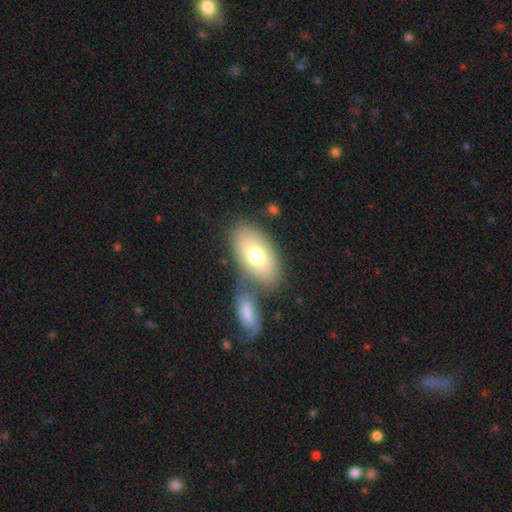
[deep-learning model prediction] Smooth or featured? Predicted: smooth (p=0.72). How rounded? Predicted: in between (p=0.91). Merging? Predicted: none (p=0.59).